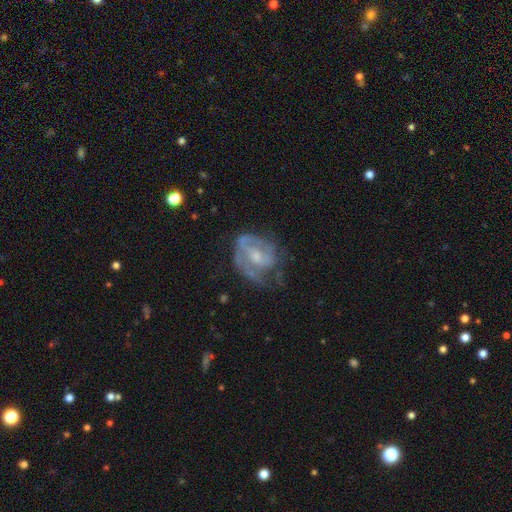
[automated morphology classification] Q: Smooth or featured?
A: featured or disk (73%); runner-up: smooth (20%)
Q: Edge-on disk?
A: no (97%); runner-up: yes (3%)
Q: Bar?
A: weak (44%); runner-up: no (43%)
Q: Spiral arms?
A: yes (74%); runner-up: no (26%)
Q: Spiral winding?
A: tight (41%); tied with: medium (41%)
Q: Spiral arm count?
A: 2 (39%); runner-up: can't tell (31%)
Q: Bulge size?
A: small (45%); runner-up: moderate (42%)
Q: Merging?
A: none (45%); runner-up: minor disturbance (27%)